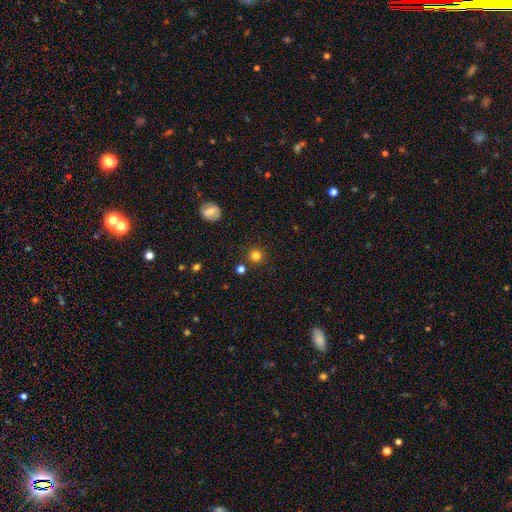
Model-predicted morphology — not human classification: smooth-or-featured: smooth: 80% | star or artifact: 14% | featured or disk: 6%
  how-rounded: round: 94% | in between: 5% | cigar-shaped: 1%
  merging: none: 87% | minor disturbance: 7% | merger: 4% | major disturbance: 2%